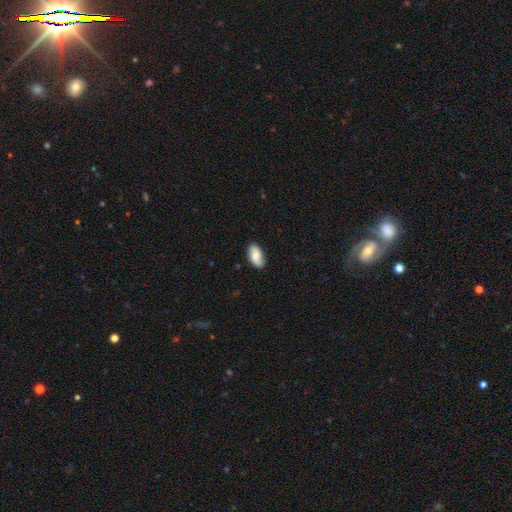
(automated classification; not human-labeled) The model was most divided on "smooth or featured": smooth: 59%, featured or disk: 34%, star or artifact: 7%. More confident: how rounded — in between (92%); merging — none (79%).